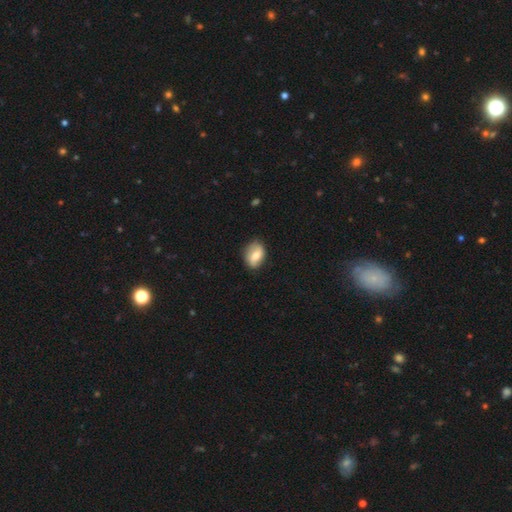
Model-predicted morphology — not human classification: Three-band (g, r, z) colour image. It shows a smooth galaxy with no disk features (59%) that is in between round and cigar-shaped (71%). Merging: none (78%).